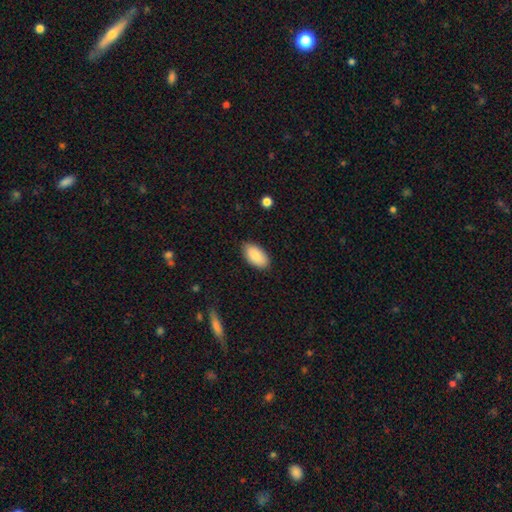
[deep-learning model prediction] This is clearly a smooth galaxy (88%). How rounded: clearly in between (95%). Merging: clearly none (85%).